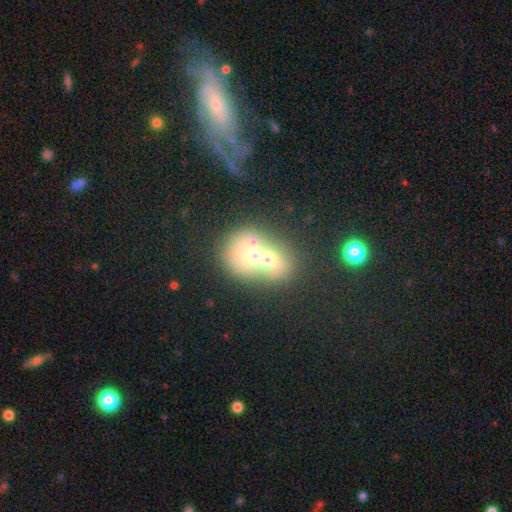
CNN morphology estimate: smooth_or_featured: smooth (p=0.53) [alt: featured or disk p=0.35]
how_rounded: round (p=0.58) [alt: in between p=0.41]
merging: merger (p=0.75) [alt: none p=0.15]